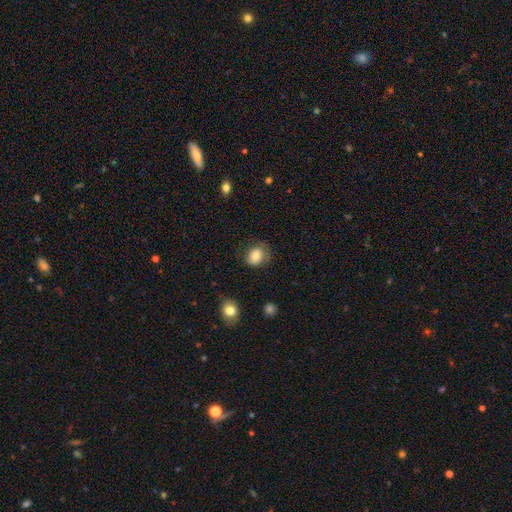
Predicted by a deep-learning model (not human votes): Q: Smooth or featured?
A: smooth (83%); runner-up: star or artifact (9%)
Q: How rounded?
A: round (56%); runner-up: in between (43%)
Q: Merging?
A: none (70%); runner-up: minor disturbance (21%)